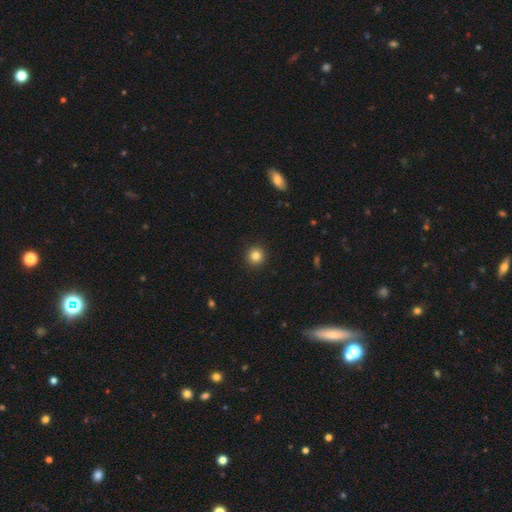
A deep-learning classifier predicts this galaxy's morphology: A smooth galaxy with no disk features (83%) that is round (94%). Merging: none (93%).